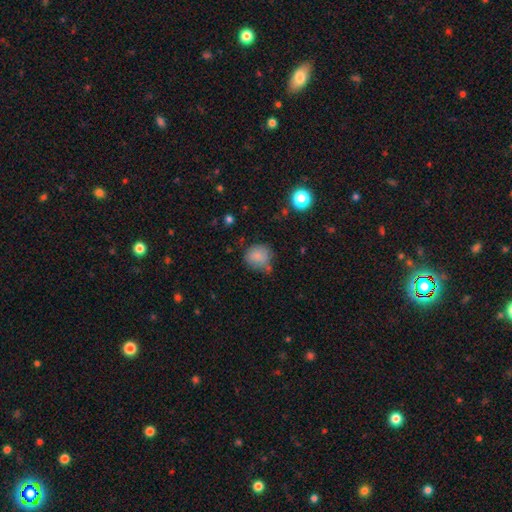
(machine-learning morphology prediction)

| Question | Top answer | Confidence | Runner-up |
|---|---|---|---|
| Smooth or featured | smooth | 82% | star or artifact (10%) |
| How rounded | round | 76% | in between (23%) |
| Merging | none | 60% | minor disturbance (25%) |